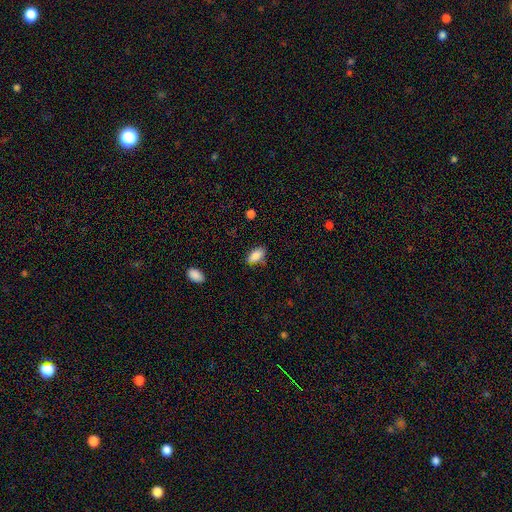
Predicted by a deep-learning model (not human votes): smooth-or-featured: smooth: 86% | star or artifact: 7% | featured or disk: 6%
  how-rounded: in between: 91% | cigar-shaped: 6% | round: 3%
  merging: none: 79% | minor disturbance: 15% | major disturbance: 3% | merger: 3%